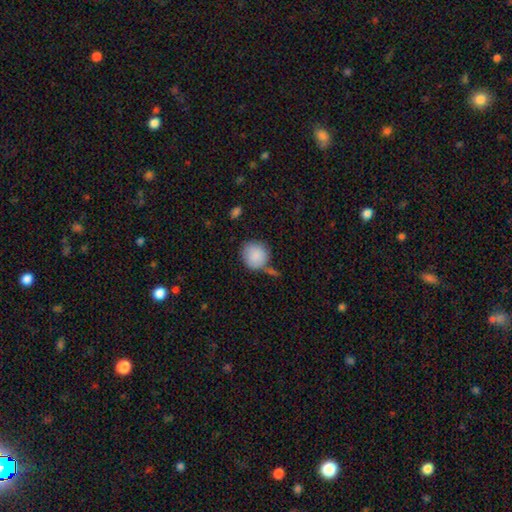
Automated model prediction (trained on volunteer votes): Q: Smooth or featured?
A: smooth (88%); runner-up: star or artifact (7%)
Q: How rounded?
A: round (87%); runner-up: in between (12%)
Q: Merging?
A: none (58%); runner-up: minor disturbance (21%)